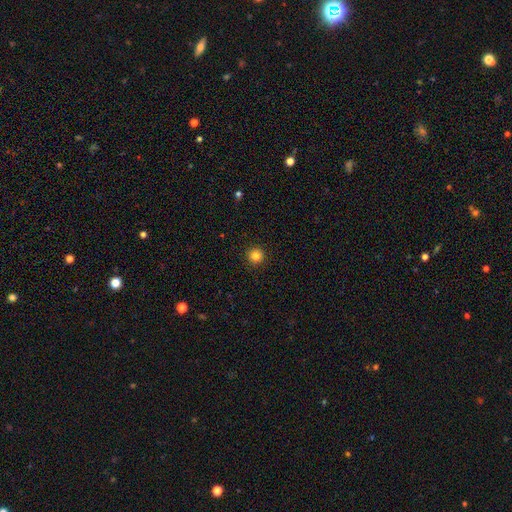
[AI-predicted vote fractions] Smooth or featured? Predicted: smooth (p=0.83). How rounded? Predicted: round (p=0.96). Merging? Predicted: none (p=0.93).